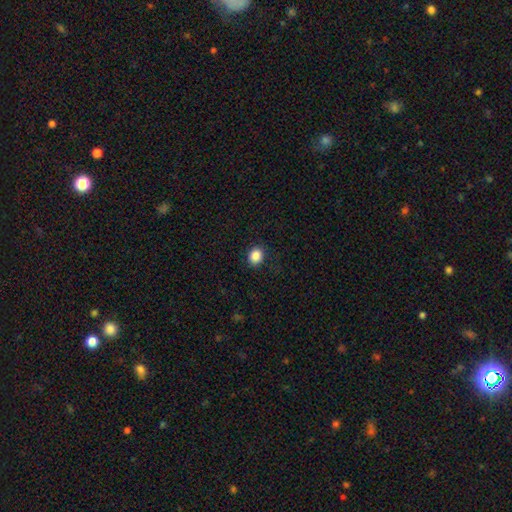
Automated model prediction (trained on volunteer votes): Smooth or featured?
  - smooth: 87% *
  - star or artifact: 10%
  - featured or disk: 3%
How rounded?
  - round: 66% *
  - in between: 33%
  - cigar-shaped: 1%
Merging?
  - none: 89% *
  - minor disturbance: 8%
  - major disturbance: 2%
  - merger: 1%